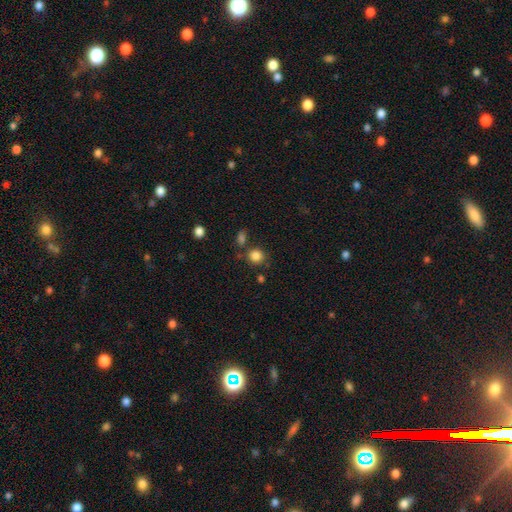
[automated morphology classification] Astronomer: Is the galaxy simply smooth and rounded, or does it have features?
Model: smooth — 85%.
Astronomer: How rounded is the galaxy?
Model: round — 83%.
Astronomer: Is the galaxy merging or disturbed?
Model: none — 74%.